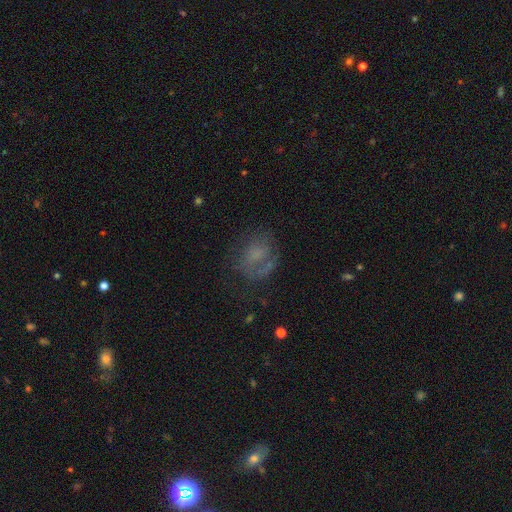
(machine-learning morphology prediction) This appears to be a featured or disk galaxy (42%, tied with smooth). Merging: none (48%).